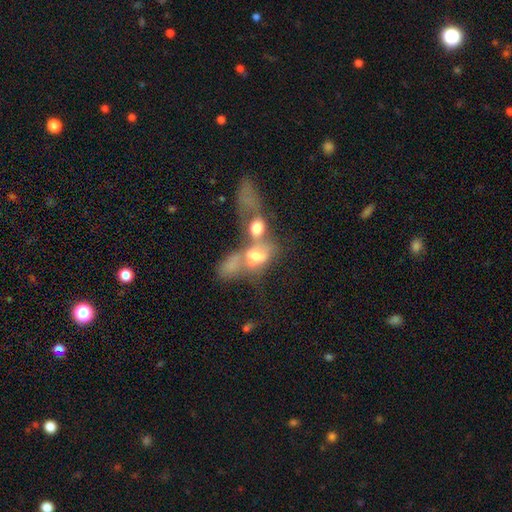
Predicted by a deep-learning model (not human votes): smooth 38%, star or artifact 35%, featured or disk 27%. Down the decision tree: merging — merger (48%).